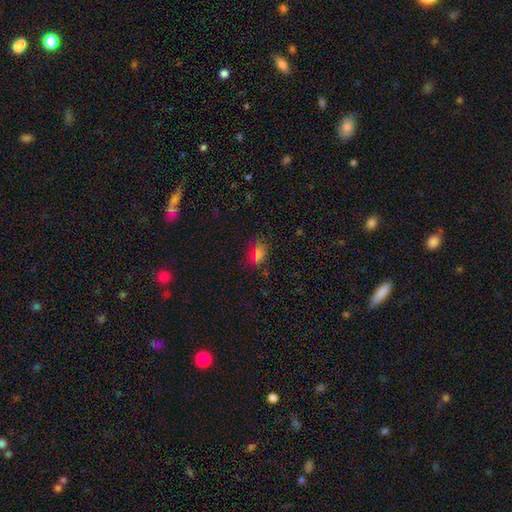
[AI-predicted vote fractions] smooth_or_featured: smooth (p=0.66) [alt: star or artifact p=0.27]
how_rounded: in between (p=0.75) [alt: round p=0.21]
merging: none (p=0.77) [alt: minor disturbance p=0.15]